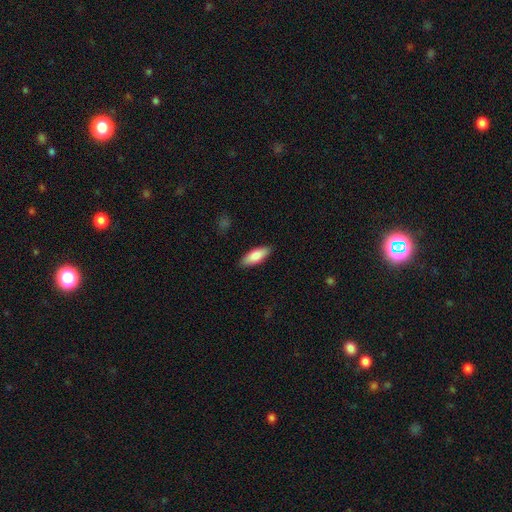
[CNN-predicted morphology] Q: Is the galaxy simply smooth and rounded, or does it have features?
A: smooth — 83%.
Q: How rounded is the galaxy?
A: in between — 69%.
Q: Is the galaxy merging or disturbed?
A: none — 89%.